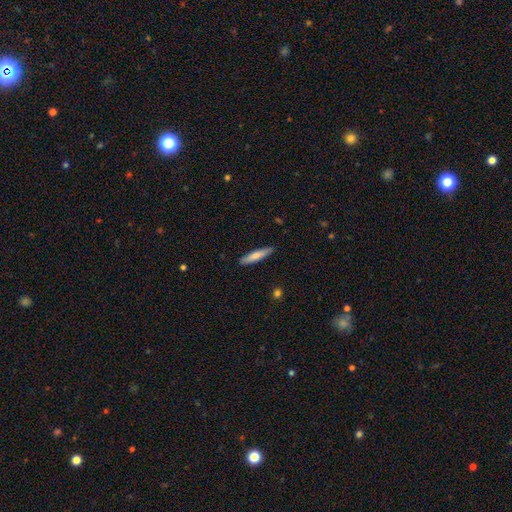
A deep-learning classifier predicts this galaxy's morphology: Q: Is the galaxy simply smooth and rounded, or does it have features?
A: smooth — 73%.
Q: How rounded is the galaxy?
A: cigar-shaped — 88%.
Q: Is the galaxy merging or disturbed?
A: none — 89%.